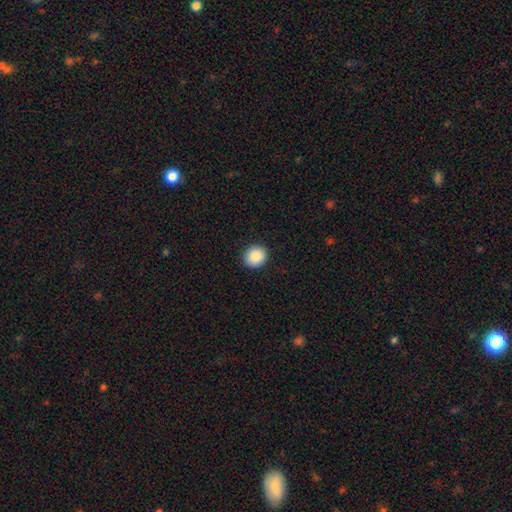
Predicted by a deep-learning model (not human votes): This is clearly a smooth galaxy (88%). How rounded: clearly round (81%). Merging: clearly none (91%).